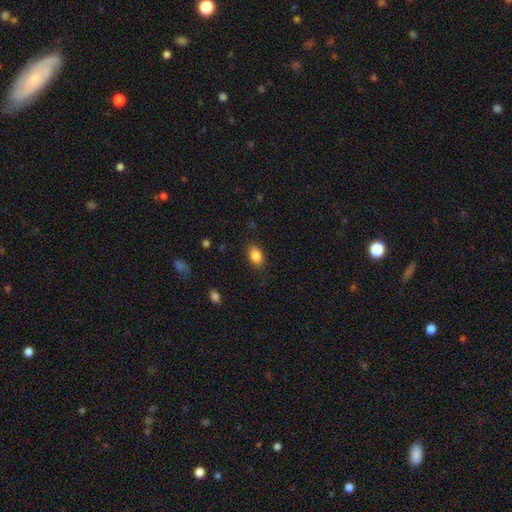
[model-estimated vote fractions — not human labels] Smooth or featured: smooth — 85% (star or artifact — 9%)
How rounded: in between — 84% (round — 14%)
Merging: none — 83% (minor disturbance — 13%)